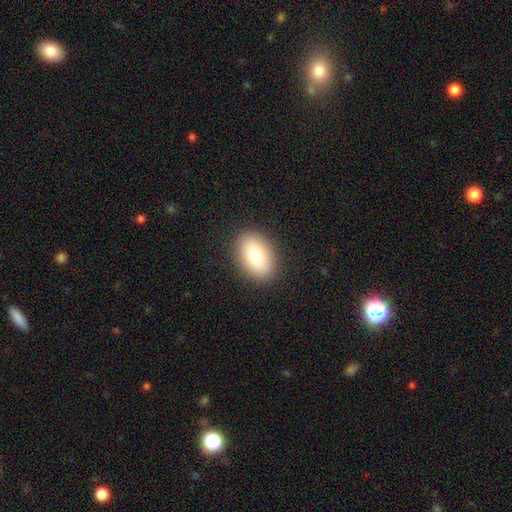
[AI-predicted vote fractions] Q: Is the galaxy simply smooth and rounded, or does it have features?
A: smooth — 80%.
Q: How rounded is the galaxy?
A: in between — 83%.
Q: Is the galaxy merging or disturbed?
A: none — 89%.